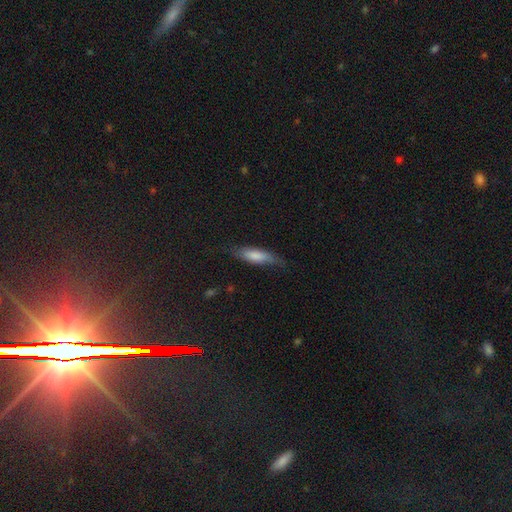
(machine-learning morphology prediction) smooth-or-featured: smooth: 74% | featured or disk: 20% | star or artifact: 6%
  how-rounded: cigar-shaped: 52% | in between: 47% | round: 2%
  merging: none: 67% | minor disturbance: 24% | major disturbance: 7% | merger: 2%